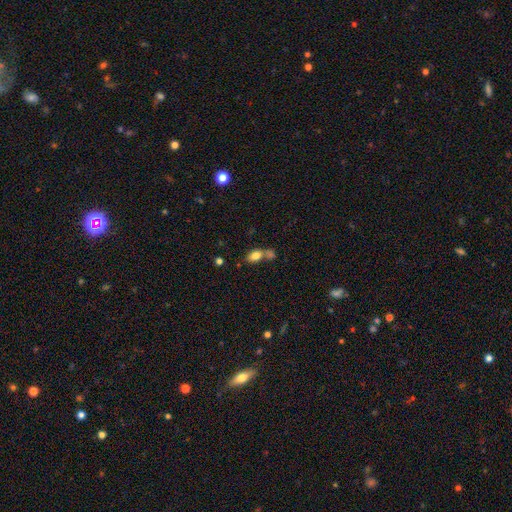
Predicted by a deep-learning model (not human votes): smooth 79%, featured or disk 11%, star or artifact 10%. Down the decision tree: how rounded — in between (85%); merging — none (43%).